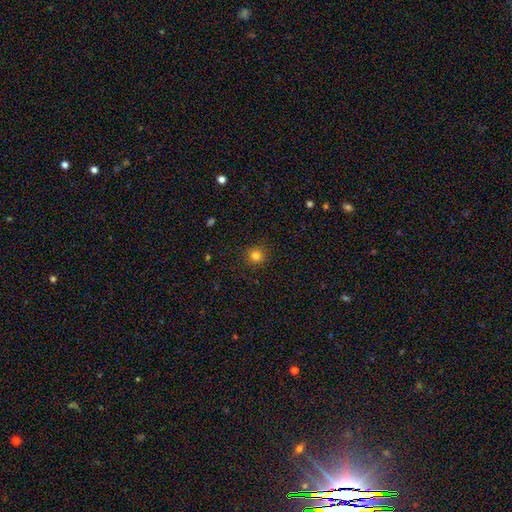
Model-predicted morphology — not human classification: A smooth galaxy with no disk features (80%) that is round (92%). Merging: none (90%).